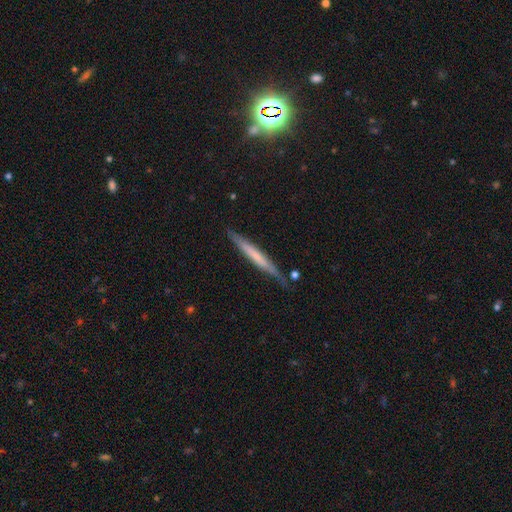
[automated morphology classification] smooth 48%, featured or disk 46%, star or artifact 6%. Down the decision tree: merging — none (80%).